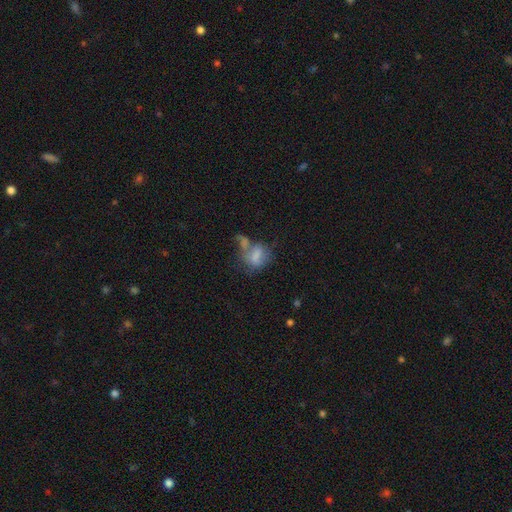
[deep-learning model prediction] The model was most divided on "merging": merger: 40%, none: 23%, major disturbance: 21%, minor disturbance: 16%. More confident: how rounded — in between (68%); smooth or featured — smooth (62%).